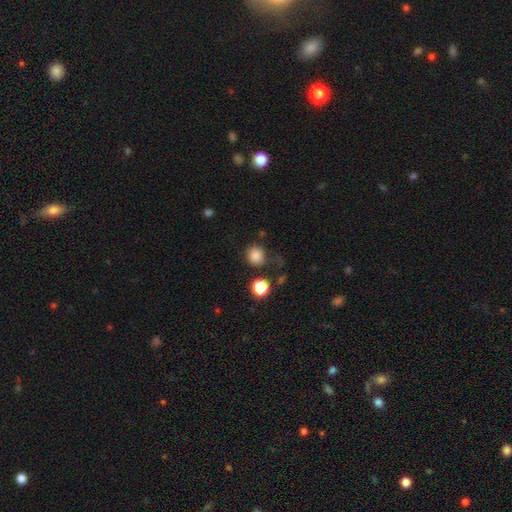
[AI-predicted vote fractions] smooth_or_featured: smooth (p=0.84) [alt: star or artifact p=0.12]
how_rounded: round (p=0.86) [alt: in between p=0.13]
merging: none (p=0.74) [alt: minor disturbance p=0.14]